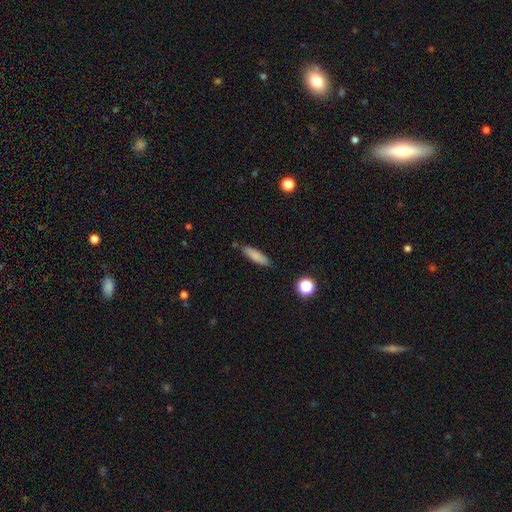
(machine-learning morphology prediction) The model was most divided on "how rounded": cigar-shaped: 61%, in between: 37%, round: 2%. More confident: smooth or featured — smooth (82%); merging — none (79%).